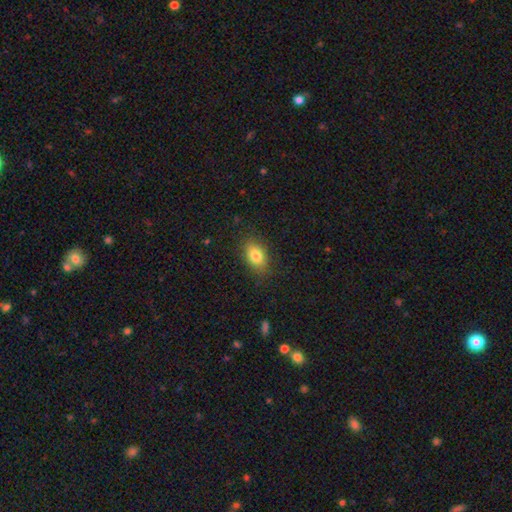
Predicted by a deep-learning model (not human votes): Overall: smooth (81%). How rounded: in between (84%). Merging: none (83%).